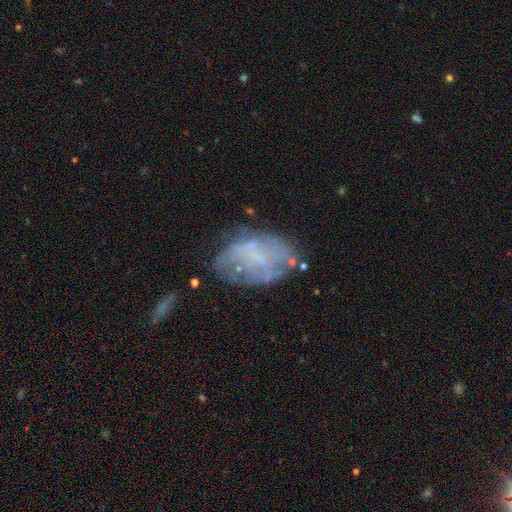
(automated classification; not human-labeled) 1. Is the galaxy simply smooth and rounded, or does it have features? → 56% featured or disk, 34% smooth, 11% star or artifact.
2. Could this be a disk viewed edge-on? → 97% no, 3% yes.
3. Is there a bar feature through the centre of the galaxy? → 63% no, 29% weak, 7% strong.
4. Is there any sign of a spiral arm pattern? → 66% no, 34% yes.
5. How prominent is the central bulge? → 53% none, 33% small, 12% moderate, 2% large, 1% dominant.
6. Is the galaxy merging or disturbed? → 52% none, 26% minor disturbance, 16% major disturbance, 6% merger.